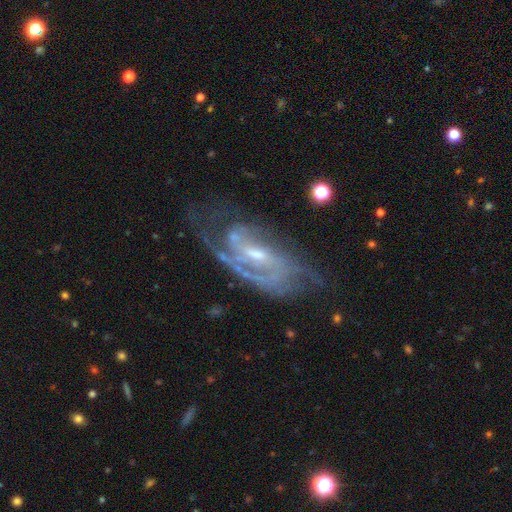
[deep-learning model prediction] smooth_or_featured: featured or disk (p=0.87) [alt: star or artifact p=0.07]
disk_edge_on: no (p=0.93) [alt: yes p=0.07]
bar: weak (p=0.50) [alt: no p=0.29]
has_spiral_arms: yes (p=0.94) [alt: no p=0.06]
spiral_winding: tight (p=0.45) [alt: medium p=0.42]
spiral_arm_count: 2 (p=0.50) [alt: can't tell p=0.23]
bulge_size: small (p=0.59) [alt: moderate p=0.35]
merging: none (p=0.59) [alt: minor disturbance p=0.22]